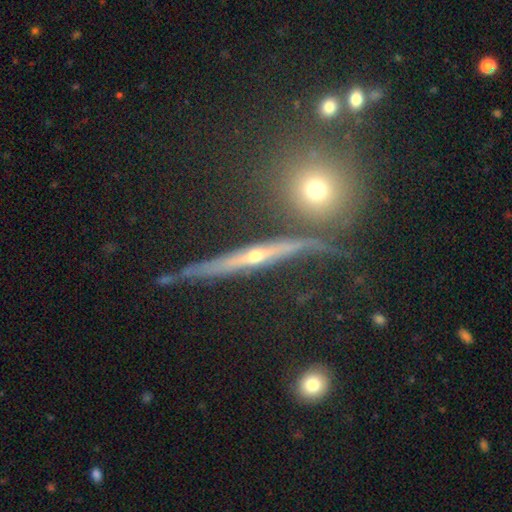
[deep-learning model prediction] Morphology: type=featured or disk (70%); edge-on=yes (93%); edge-on bulge=rounded (78%); merging=none (80%).